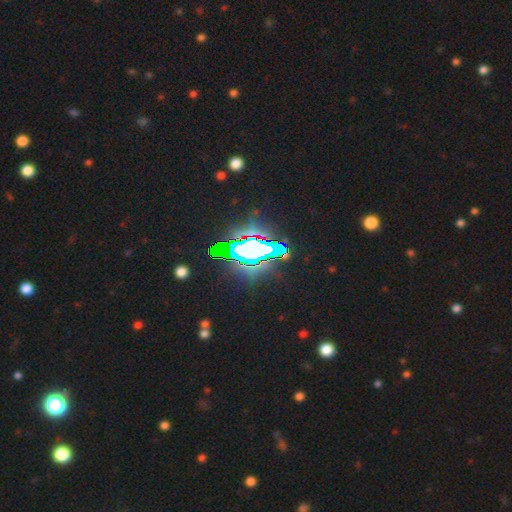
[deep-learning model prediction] Q: Smooth or featured?
A: star or artifact (74%); runner-up: featured or disk (14%)